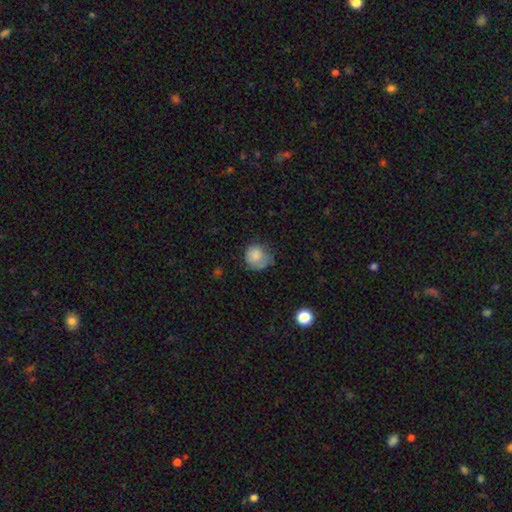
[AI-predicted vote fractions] A smooth galaxy with no disk features (78%) that is round (81%). Merging: none (51%).